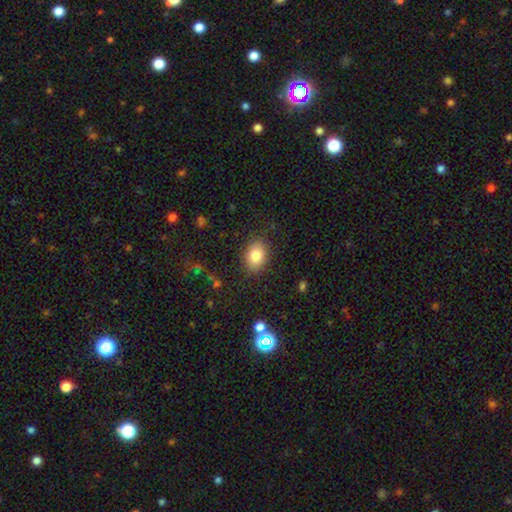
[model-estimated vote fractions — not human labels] This is clearly a smooth galaxy (83%). How rounded: likely in between (69%). Merging: clearly none (85%).